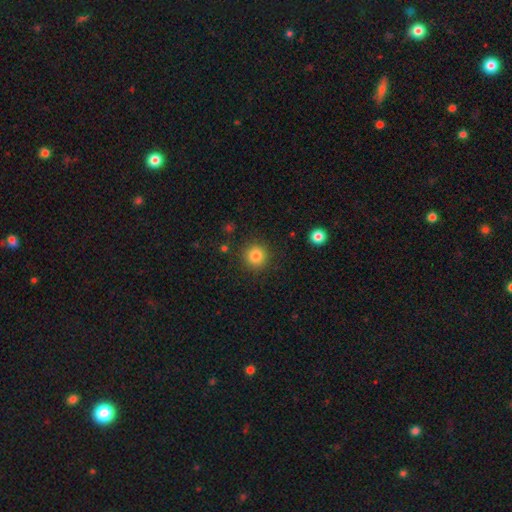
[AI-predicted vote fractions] Overall: smooth (84%). How rounded: round (94%). Merging: none (89%).